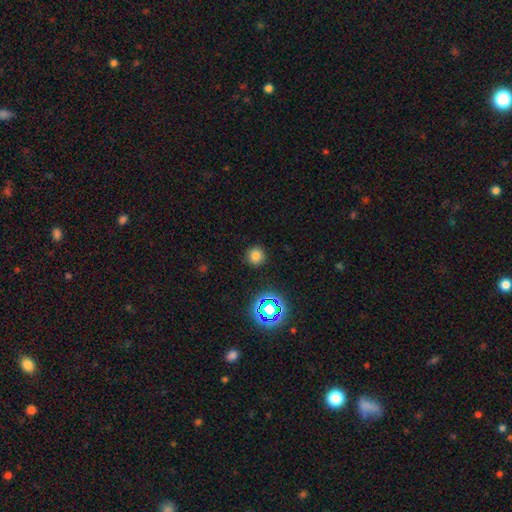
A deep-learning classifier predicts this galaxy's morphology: A smooth galaxy with no disk features (73%) that is round (94%).

Vote fractions:
- Smooth or featured? smooth: 73% / star or artifact: 21% / featured or disk: 6%
- How rounded? round: 94% / in between: 5% / cigar-shaped: 1%
- Merging? none: 90% / minor disturbance: 6% / major disturbance: 2% / merger: 1%